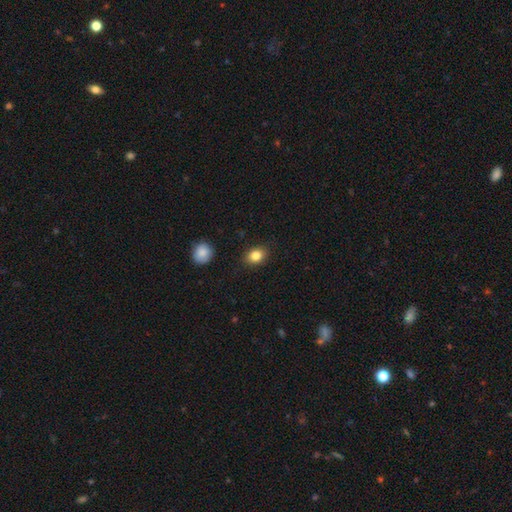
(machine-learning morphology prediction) A smooth galaxy with no disk features (84%) that is in between round and cigar-shaped (60%).

Vote fractions:
- Smooth or featured? smooth: 84% / star or artifact: 10% / featured or disk: 7%
- How rounded? in between: 60% / round: 39% / cigar-shaped: 1%
- Merging? none: 86% / minor disturbance: 10% / major disturbance: 2% / merger: 1%